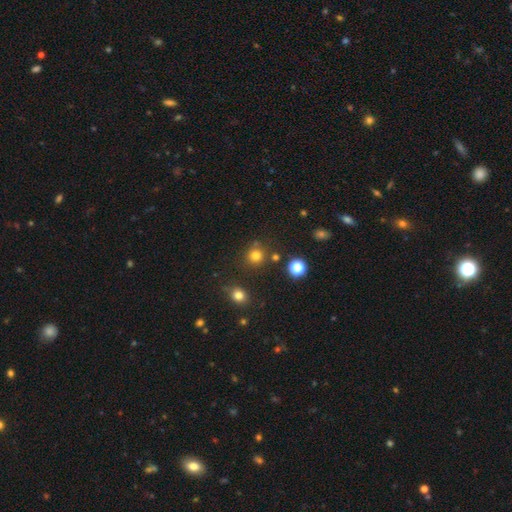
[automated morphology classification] The model was most divided on "smooth or featured": smooth: 77%, star or artifact: 18%, featured or disk: 6%. More confident: how rounded — round (92%); merging — none (81%).